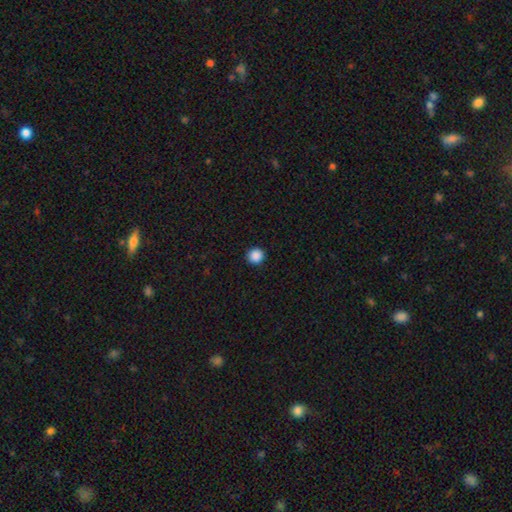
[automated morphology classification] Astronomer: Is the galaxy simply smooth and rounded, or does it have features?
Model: smooth — 88%.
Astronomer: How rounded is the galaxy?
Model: round — 94%.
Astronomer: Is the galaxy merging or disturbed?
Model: none — 93%.